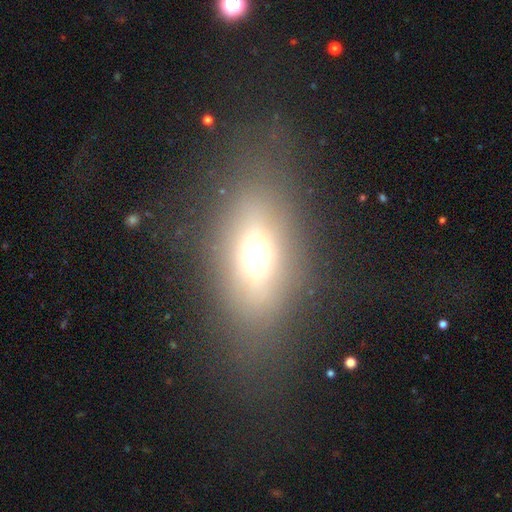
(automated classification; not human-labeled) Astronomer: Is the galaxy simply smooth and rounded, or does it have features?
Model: smooth — 56%.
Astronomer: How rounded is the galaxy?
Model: in between — 75%.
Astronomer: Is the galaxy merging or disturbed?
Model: none — 72%.